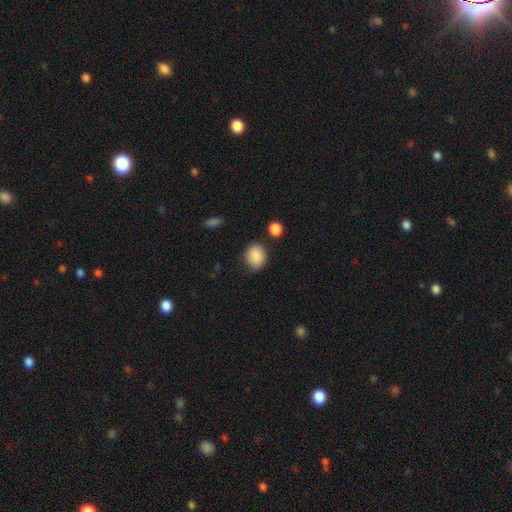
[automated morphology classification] The model was most divided on "how rounded": round: 63%, in between: 36%, cigar-shaped: 1%. More confident: smooth or featured — smooth (87%); merging — none (80%).